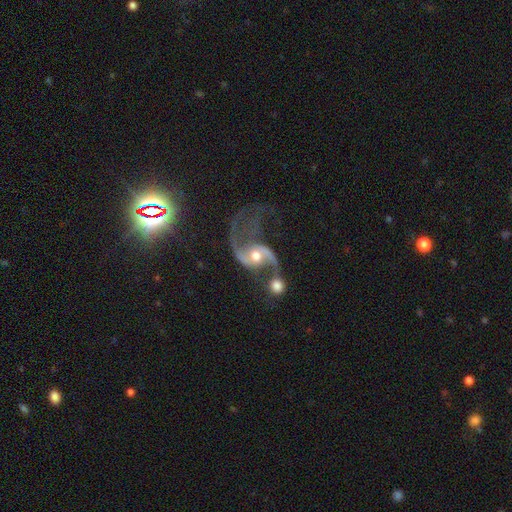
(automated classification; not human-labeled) Morphology: type=featured or disk (89%); edge-on=no (97%); bar=no (50%); spiral arms=yes (96%); winding=loose (73%); arm count=2 (92%); bulge=moderate (69%); merging=merger (37%).